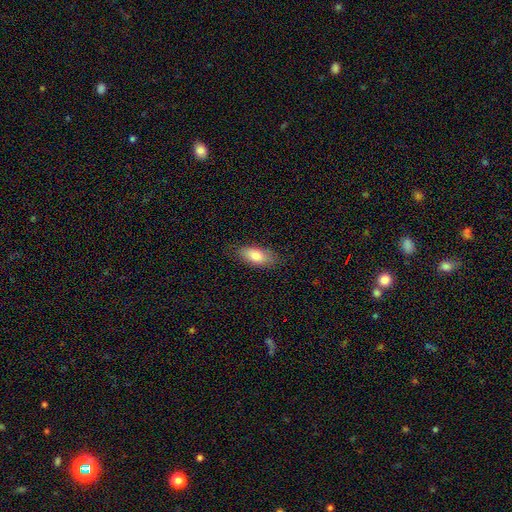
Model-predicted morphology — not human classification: smooth_or_featured: smooth (p=0.80) [alt: featured or disk p=0.14]
how_rounded: in between (p=0.84) [alt: cigar-shaped p=0.13]
merging: none (p=0.83) [alt: minor disturbance p=0.13]